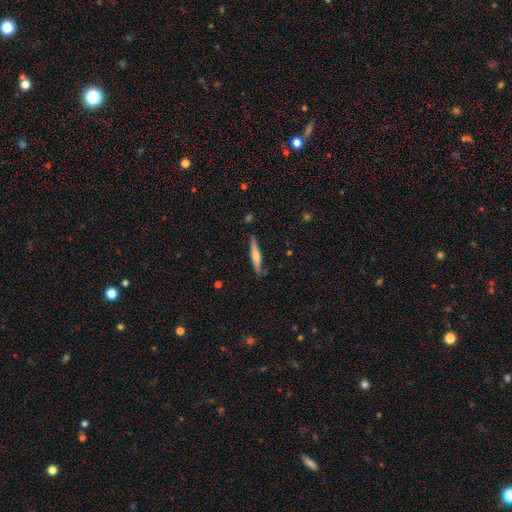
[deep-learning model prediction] Overall: smooth (49%; featured or disk 45%). Merging: none (86%).